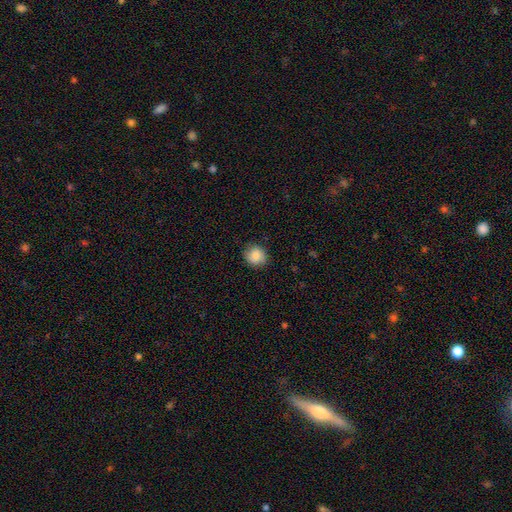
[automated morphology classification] smooth 85%, star or artifact 8%, featured or disk 7%. Down the decision tree: how rounded — round (84%); merging — none (85%).